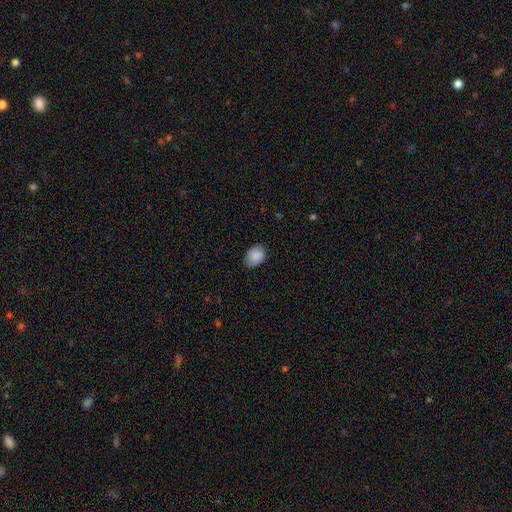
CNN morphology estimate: Smooth or featured: smooth — 80% (featured or disk — 12%)
How rounded: in between — 74% (round — 25%)
Merging: none — 82% (minor disturbance — 15%)